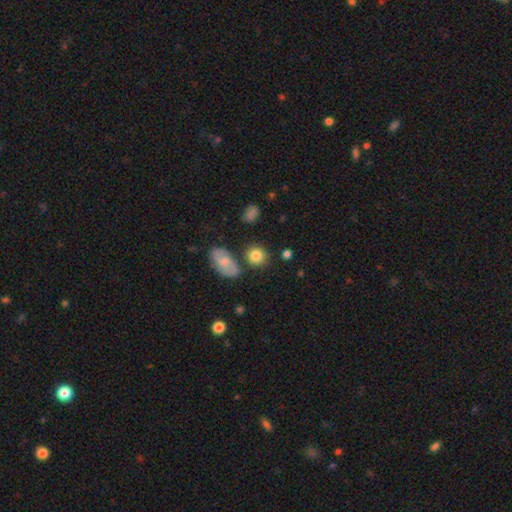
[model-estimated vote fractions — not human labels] Smooth or featured?
  - smooth: 82% *
  - featured or disk: 10%
  - star or artifact: 8%
How rounded?
  - round: 76% *
  - in between: 23%
  - cigar-shaped: 1%
Merging?
  - none: 72% *
  - minor disturbance: 13%
  - merger: 11%
  - major disturbance: 4%